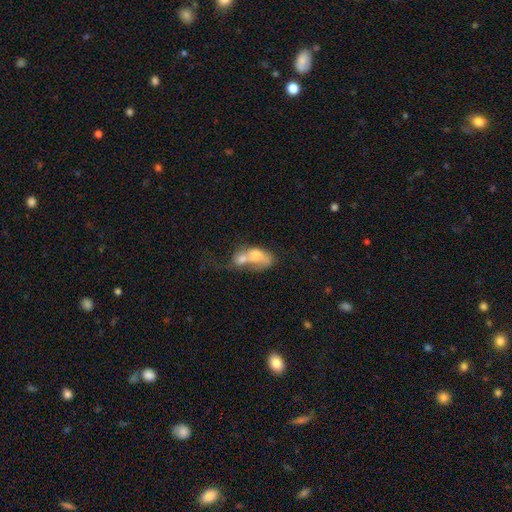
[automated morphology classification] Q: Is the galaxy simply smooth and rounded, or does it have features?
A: smooth — 60%.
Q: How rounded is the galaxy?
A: in between — 79%.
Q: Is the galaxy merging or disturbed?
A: merger — 73%.